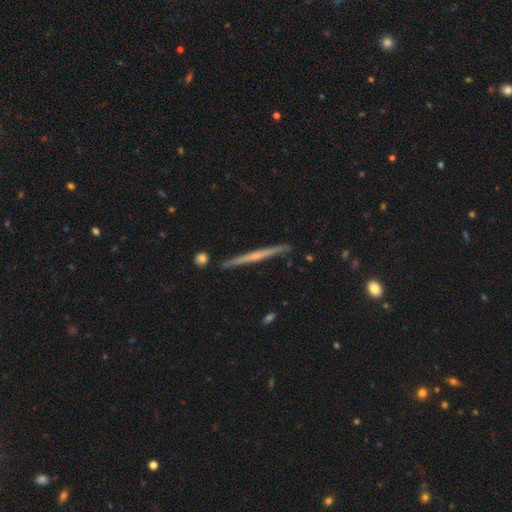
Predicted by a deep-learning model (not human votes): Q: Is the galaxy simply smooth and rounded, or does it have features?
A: featured or disk — 69%.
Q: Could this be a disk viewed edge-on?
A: yes — 98%.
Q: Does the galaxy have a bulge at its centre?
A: none — 52%.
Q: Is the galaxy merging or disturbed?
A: none — 89%.